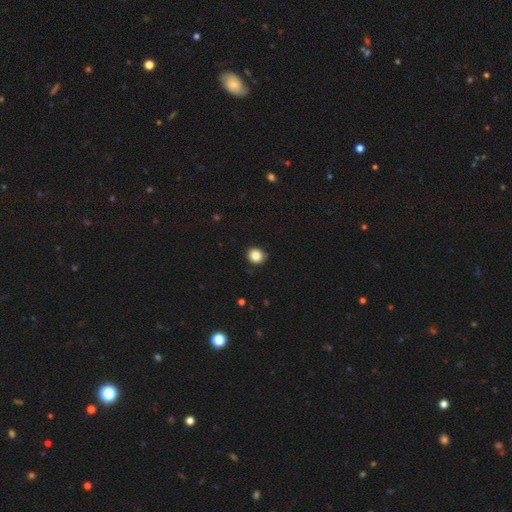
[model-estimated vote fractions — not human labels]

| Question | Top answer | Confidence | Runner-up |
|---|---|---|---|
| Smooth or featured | smooth | 86% | star or artifact (10%) |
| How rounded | round | 85% | in between (15%) |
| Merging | none | 85% | minor disturbance (12%) |